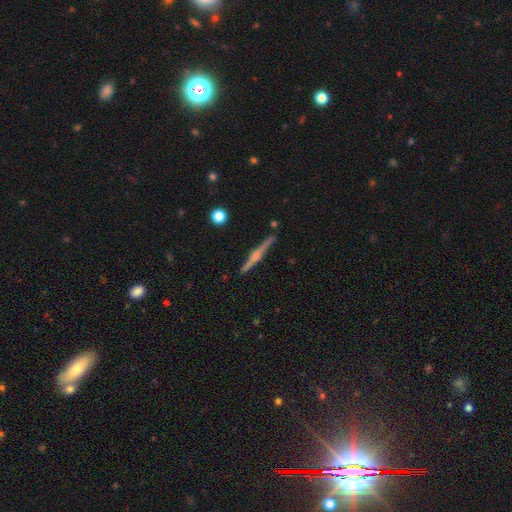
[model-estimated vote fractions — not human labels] Smooth or featured: featured or disk — 81% (smooth — 13%)
Edge-on disk: yes — 98% (no — 2%)
Edge-on bulge: rounded — 84% (boxy — 9%)
Merging: none — 90% (minor disturbance — 7%)